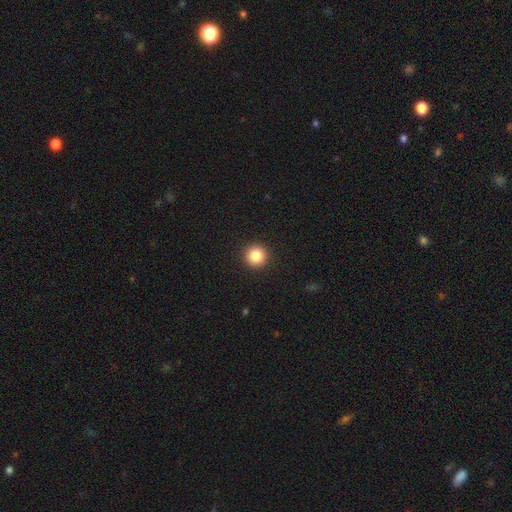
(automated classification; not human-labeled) This appears to be a smooth galaxy with no disk features (85%) that is round (95%). Merging: none (93%).